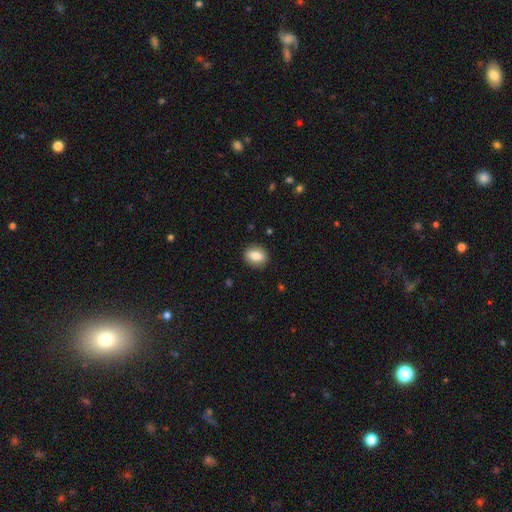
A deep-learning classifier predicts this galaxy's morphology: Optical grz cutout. It shows a smooth galaxy with no disk features (80%) that is in between round and cigar-shaped (56%). Merging: none (87%).